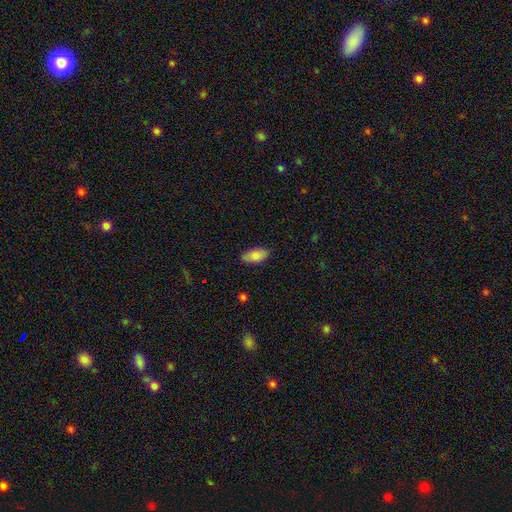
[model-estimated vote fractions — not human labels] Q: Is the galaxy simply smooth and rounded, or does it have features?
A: smooth — 83%.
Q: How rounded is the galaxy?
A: in between — 93%.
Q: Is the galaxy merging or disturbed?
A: none — 80%.